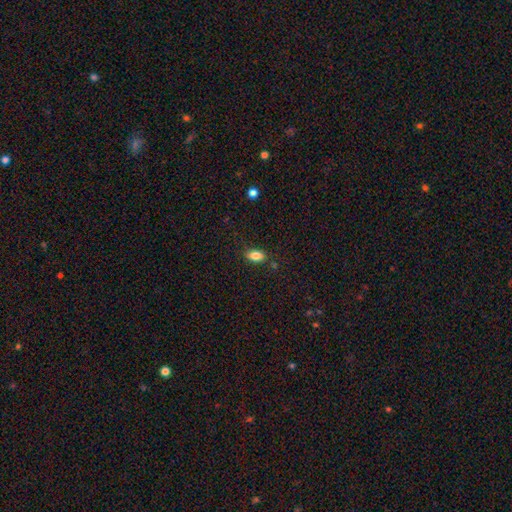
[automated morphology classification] Smooth or featured? Predicted: smooth (p=0.84). How rounded? Predicted: in between (p=0.87). Merging? Predicted: none (p=0.82).